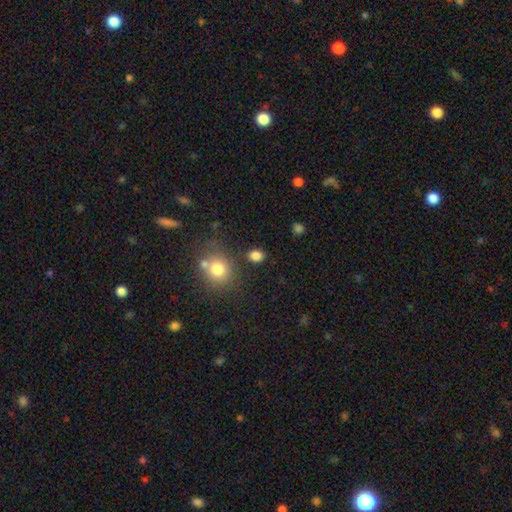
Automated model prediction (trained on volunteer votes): Smooth or featured: smooth — 83% (star or artifact — 12%)
How rounded: in between — 55% (round — 44%)
Merging: none — 80% (minor disturbance — 10%)